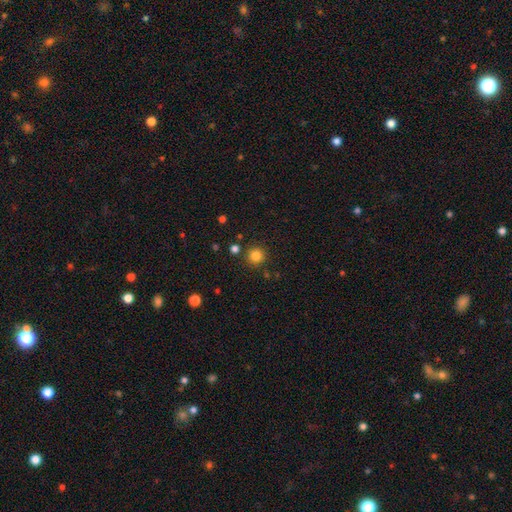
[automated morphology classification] smooth-or-featured: smooth: 83% | star or artifact: 12% | featured or disk: 4%
  how-rounded: round: 95% | in between: 4% | cigar-shaped: 1%
  merging: none: 88% | minor disturbance: 6% | merger: 3% | major disturbance: 2%